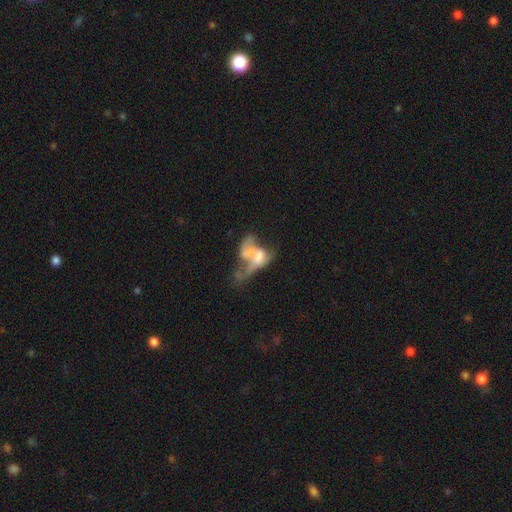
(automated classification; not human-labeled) Smooth or featured: featured or disk — 54% (smooth — 35%)
Edge-on disk: no — 94% (yes — 6%)
Bar: no — 76% (weak — 17%)
Spiral arms: no — 71% (yes — 29%)
Bulge size: none — 42% (moderate — 22%)
Merging: merger — 53% (major disturbance — 29%)